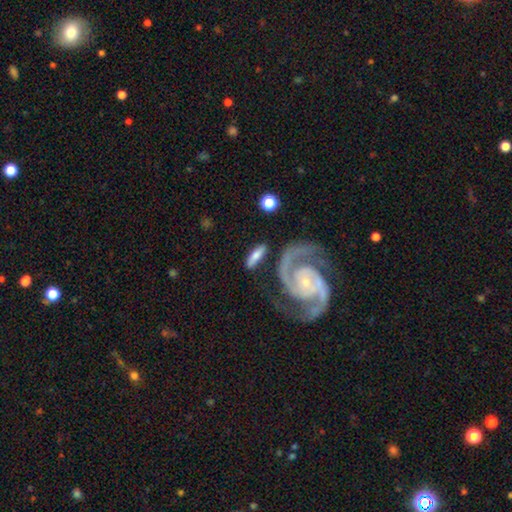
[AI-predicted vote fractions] Smooth or featured? Predicted: featured or disk (p=0.48). Merging? Predicted: none (p=0.72).